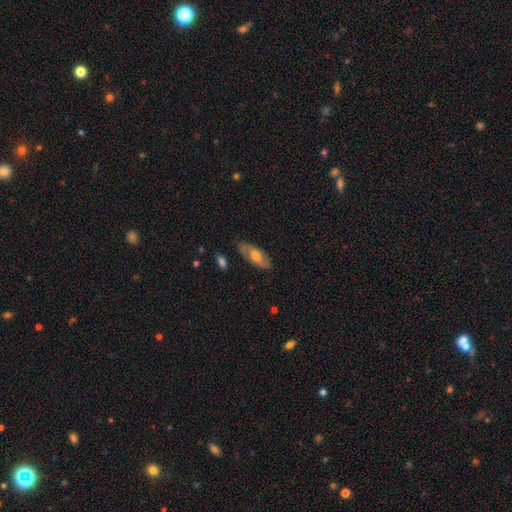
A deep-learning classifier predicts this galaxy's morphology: smooth-or-featured: smooth: 51% | featured or disk: 44% | star or artifact: 6%
  how-rounded: in between: 82% | cigar-shaped: 15% | round: 3%
  merging: none: 77% | minor disturbance: 17% | major disturbance: 4% | merger: 2%